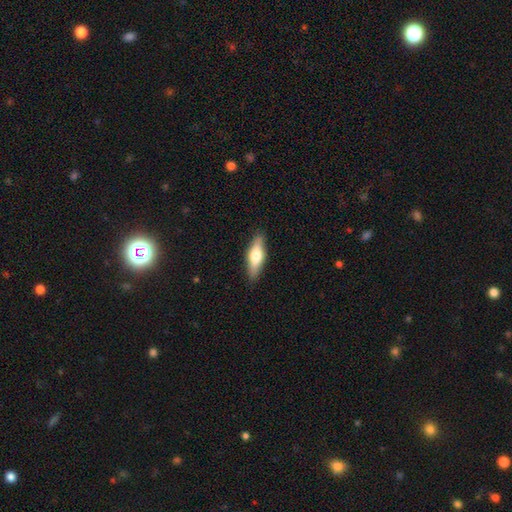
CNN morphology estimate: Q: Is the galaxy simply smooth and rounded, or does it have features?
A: smooth — 52%.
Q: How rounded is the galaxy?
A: cigar-shaped — 49%.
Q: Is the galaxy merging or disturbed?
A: none — 88%.